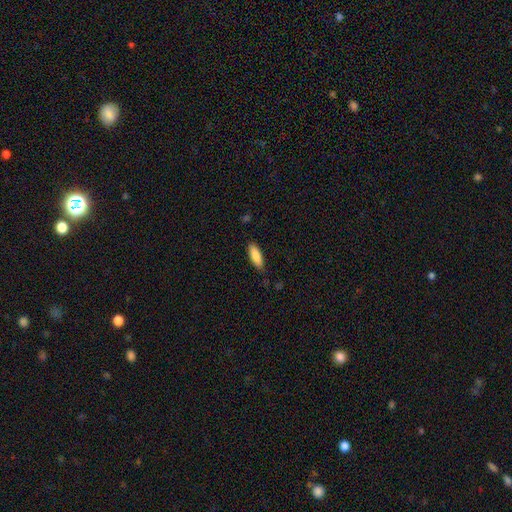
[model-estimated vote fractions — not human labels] This appears to be a smooth galaxy with no disk features (87%) that is in between round and cigar-shaped (59%). Merging: none (83%).